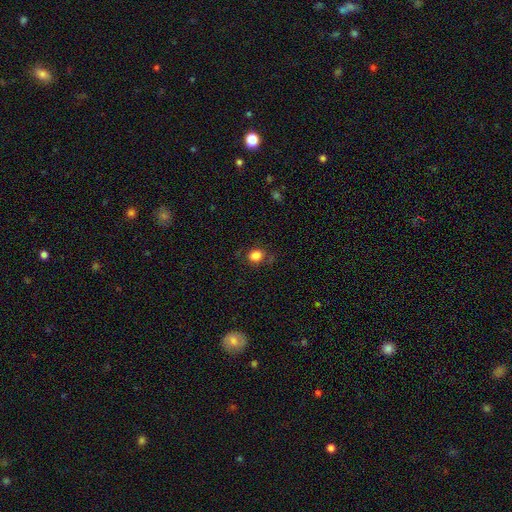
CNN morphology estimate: This appears to be a smooth galaxy with no disk features (84%) that is round (60%). Merging: none (78%).